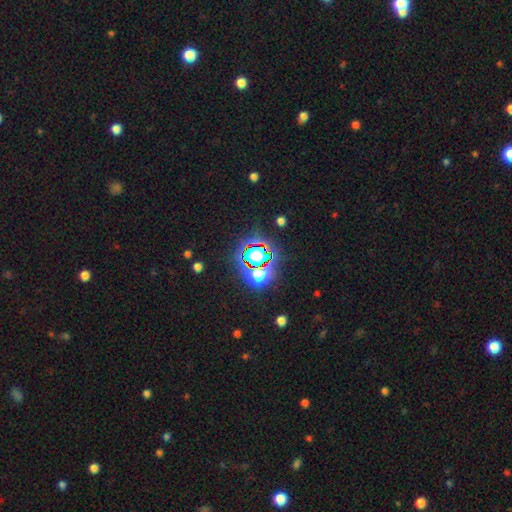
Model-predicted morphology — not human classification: star or artifact 70%, smooth 20%, featured or disk 11%.